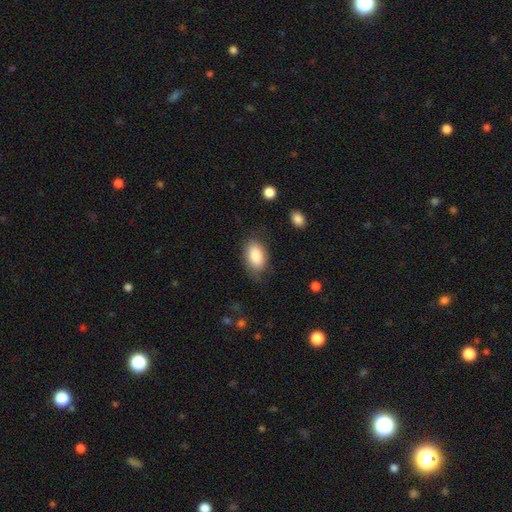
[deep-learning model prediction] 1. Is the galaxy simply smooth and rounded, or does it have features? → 85% smooth, 8% featured or disk, 6% star or artifact.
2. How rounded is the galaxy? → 92% in between, 6% round, 2% cigar-shaped.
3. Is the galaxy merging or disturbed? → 70% none, 21% minor disturbance, 8% major disturbance, 2% merger.